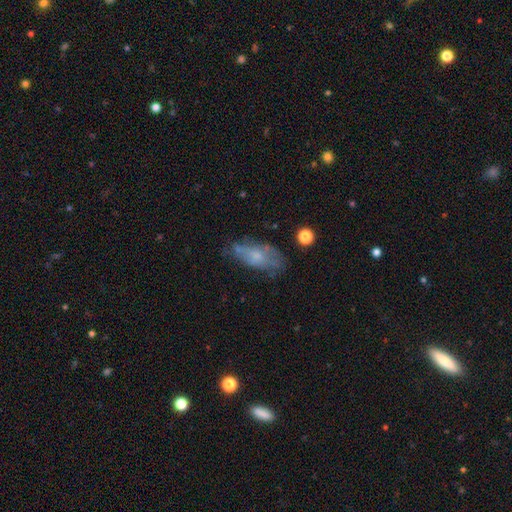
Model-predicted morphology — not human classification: smooth 49%, featured or disk 42%, star or artifact 10%. Down the decision tree: merging — none (51%).